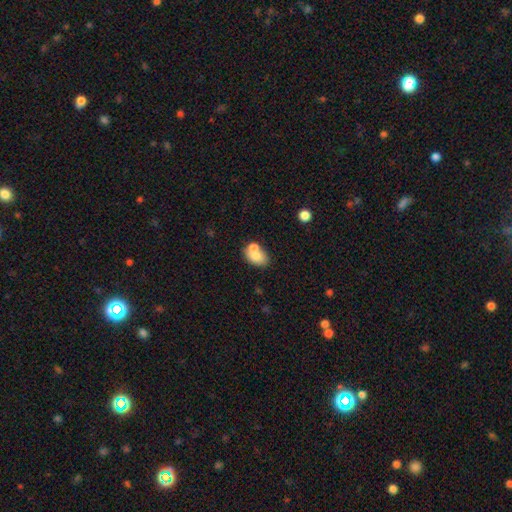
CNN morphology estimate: Q: Smooth or featured?
A: smooth (75%); runner-up: featured or disk (17%)
Q: How rounded?
A: in between (83%); runner-up: round (15%)
Q: Merging?
A: none (43%); runner-up: merger (38%)